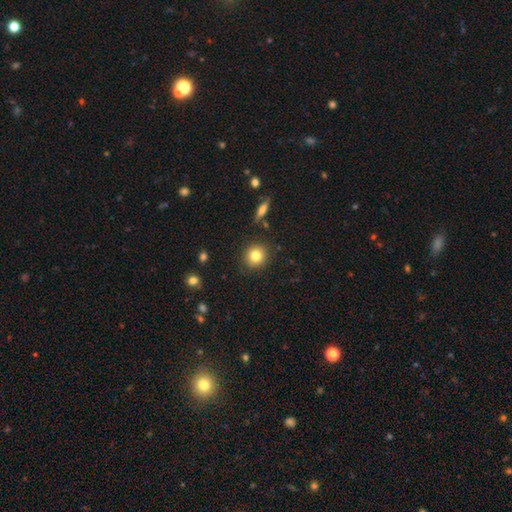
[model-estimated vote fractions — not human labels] Q: Smooth or featured?
A: smooth (81%); runner-up: star or artifact (10%)
Q: How rounded?
A: round (88%); runner-up: in between (11%)
Q: Merging?
A: none (88%); runner-up: minor disturbance (7%)